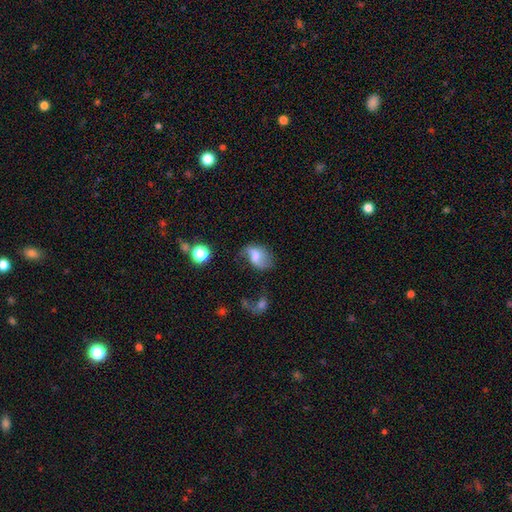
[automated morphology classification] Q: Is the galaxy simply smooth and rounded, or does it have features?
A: featured or disk — 56%.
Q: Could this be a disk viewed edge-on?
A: no — 97%.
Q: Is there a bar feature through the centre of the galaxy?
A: weak — 45%.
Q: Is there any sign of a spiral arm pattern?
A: yes — 86%.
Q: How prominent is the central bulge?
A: moderate — 35%.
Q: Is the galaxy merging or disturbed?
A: none — 49%.